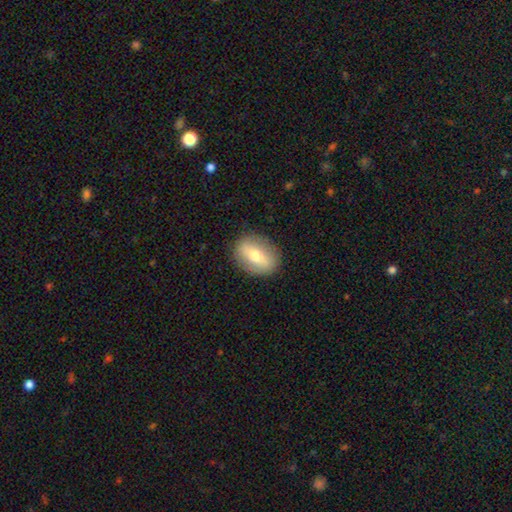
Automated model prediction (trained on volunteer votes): smooth_or_featured: smooth (p=0.57) [alt: featured or disk p=0.36]
how_rounded: in between (p=0.71) [alt: round p=0.26]
merging: none (p=0.87) [alt: minor disturbance p=0.10]